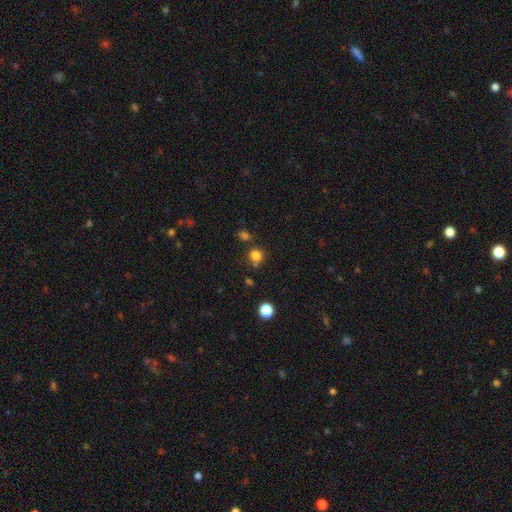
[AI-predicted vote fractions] Q: Smooth or featured?
A: smooth (79%); runner-up: star or artifact (15%)
Q: How rounded?
A: round (83%); runner-up: in between (16%)
Q: Merging?
A: none (68%); runner-up: merger (14%)